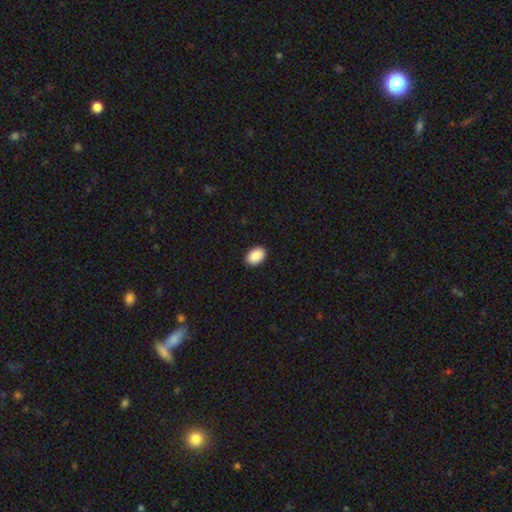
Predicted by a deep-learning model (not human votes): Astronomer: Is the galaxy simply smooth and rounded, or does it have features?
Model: smooth — 90%.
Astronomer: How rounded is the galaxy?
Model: in between — 84%.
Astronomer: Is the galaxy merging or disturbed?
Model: none — 91%.